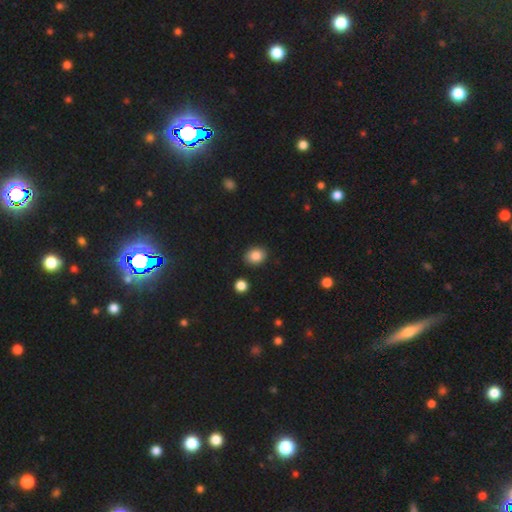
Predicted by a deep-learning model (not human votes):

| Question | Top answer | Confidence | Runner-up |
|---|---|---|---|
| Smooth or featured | smooth | 86% | star or artifact (9%) |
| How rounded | round | 53% | in between (46%) |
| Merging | none | 88% | minor disturbance (8%) |